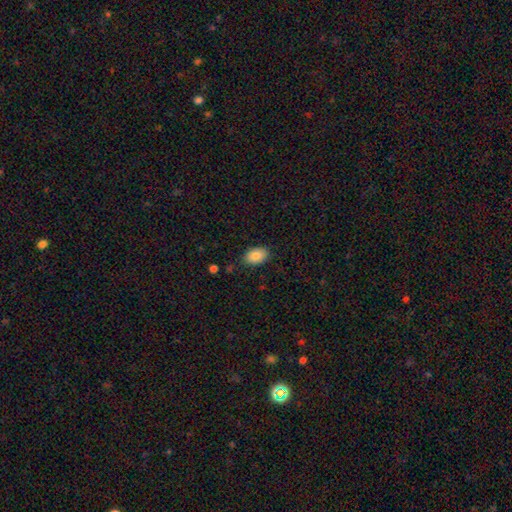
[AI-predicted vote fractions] Smooth or featured: smooth — 86% (star or artifact — 7%)
How rounded: in between — 89% (round — 10%)
Merging: none — 85% (minor disturbance — 11%)